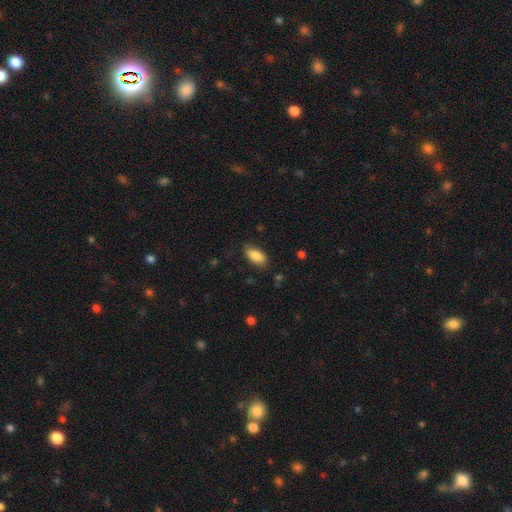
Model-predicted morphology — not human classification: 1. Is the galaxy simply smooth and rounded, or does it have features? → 86% smooth, 7% featured or disk, 7% star or artifact.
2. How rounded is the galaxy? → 92% in between, 5% cigar-shaped, 3% round.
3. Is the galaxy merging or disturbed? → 79% none, 16% minor disturbance, 4% major disturbance, 1% merger.